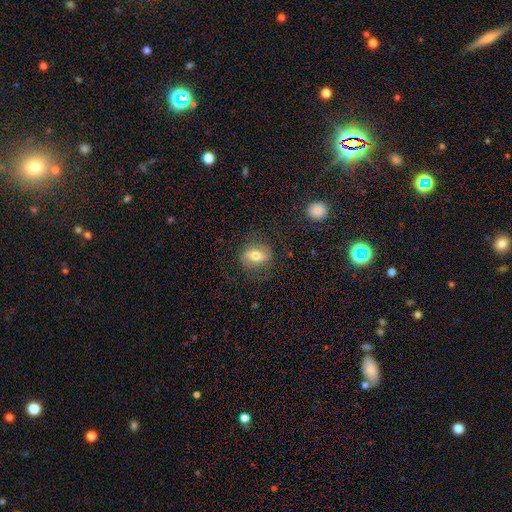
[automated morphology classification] smooth_or_featured: smooth (p=0.51) [alt: featured or disk p=0.40]
how_rounded: in between (p=0.62) [alt: round p=0.33]
merging: none (p=0.77) [alt: minor disturbance p=0.15]